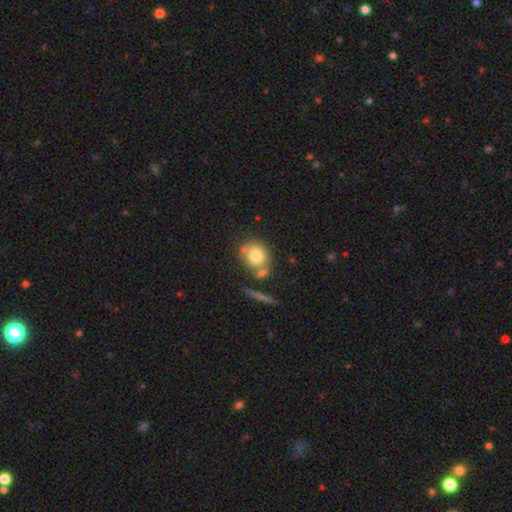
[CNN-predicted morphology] smooth-or-featured: smooth: 76% | featured or disk: 15% | star or artifact: 8%
  how-rounded: round: 71% | in between: 27% | cigar-shaped: 2%
  merging: none: 55% | merger: 22% | minor disturbance: 16% | major disturbance: 7%